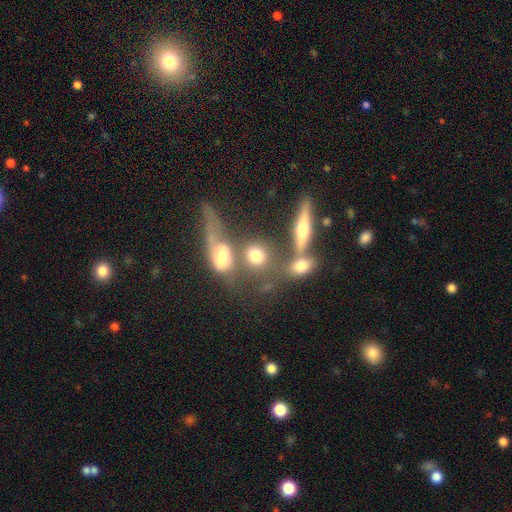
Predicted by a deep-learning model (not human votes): A smooth galaxy with no disk features (69%) that is round (59%). Merging: merger (41%).